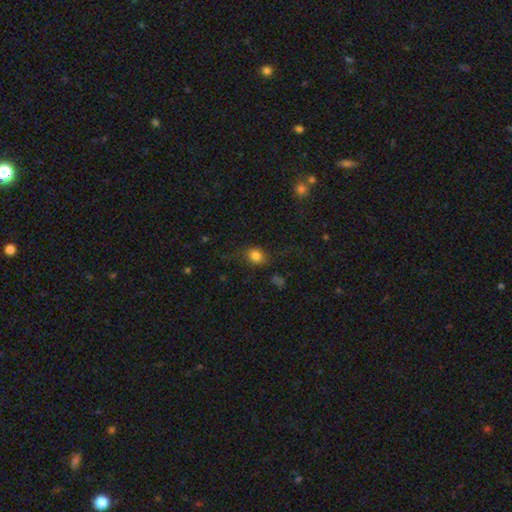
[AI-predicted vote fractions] Smooth or featured? smooth (78%)
How rounded? round (53%)
Merging? none (69%)